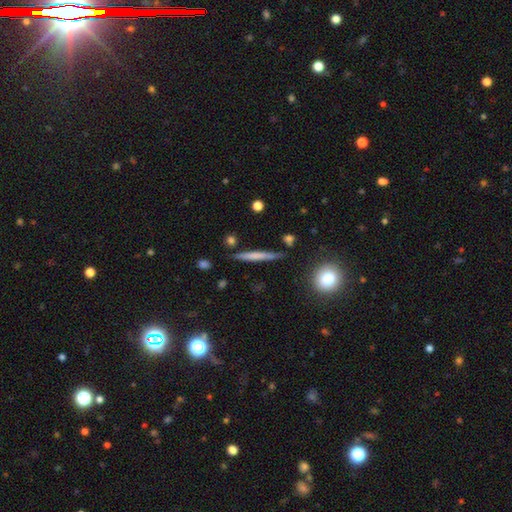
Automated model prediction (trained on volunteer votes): Smooth or featured? Predicted: smooth (p=0.55). How rounded? Predicted: cigar-shaped (p=0.93). Merging? Predicted: none (p=0.83).